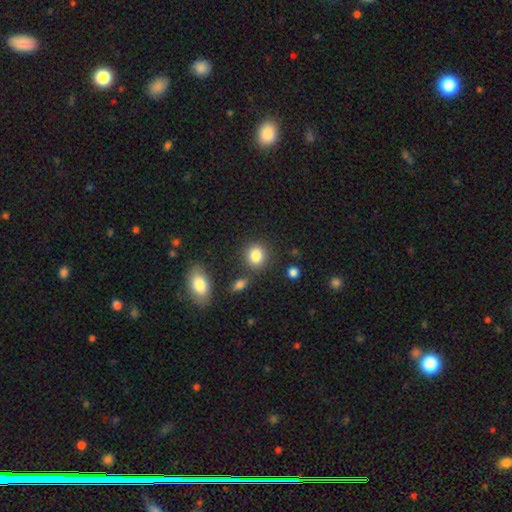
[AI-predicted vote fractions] This appears to be a smooth galaxy with no disk features (85%) that is round (67%). Merging: none (80%).